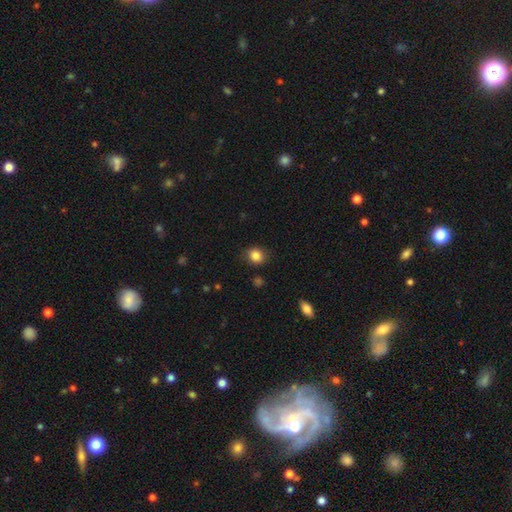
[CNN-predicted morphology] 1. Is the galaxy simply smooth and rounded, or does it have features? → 86% smooth, 10% star or artifact, 5% featured or disk.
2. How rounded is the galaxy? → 69% round, 30% in between, 1% cigar-shaped.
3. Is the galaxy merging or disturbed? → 84% none, 12% minor disturbance, 3% major disturbance, 1% merger.